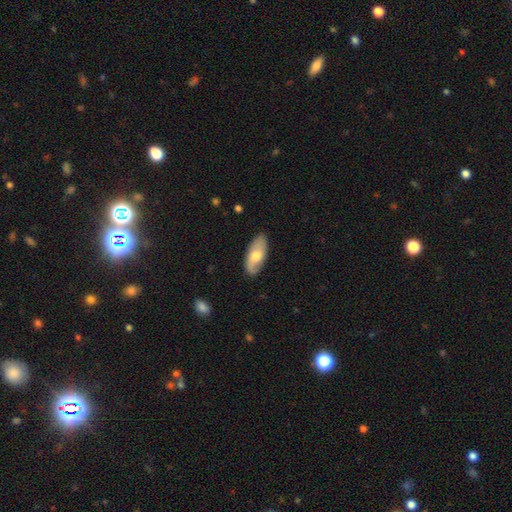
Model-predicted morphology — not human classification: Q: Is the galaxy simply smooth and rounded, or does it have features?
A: smooth — 61%.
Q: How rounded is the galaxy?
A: in between — 87%.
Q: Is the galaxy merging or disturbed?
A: none — 83%.